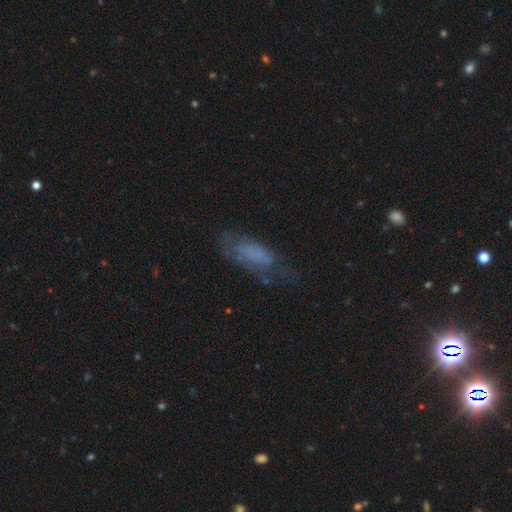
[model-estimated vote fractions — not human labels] This appears to be a smooth galaxy with no disk features (52%) that is in between round and cigar-shaped (68%). Merging: none (53%).